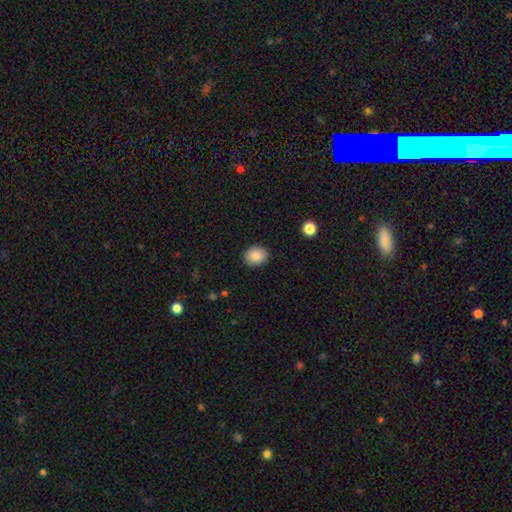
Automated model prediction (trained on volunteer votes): A smooth galaxy with no disk features (88%) that is round (62%). Merging: none (90%).